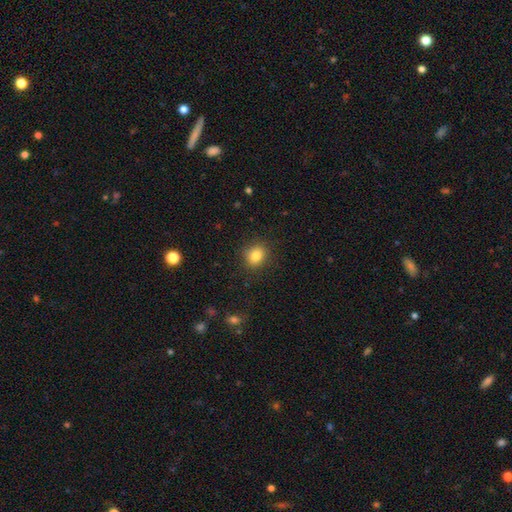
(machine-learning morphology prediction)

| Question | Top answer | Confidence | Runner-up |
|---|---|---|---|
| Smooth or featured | smooth | 83% | star or artifact (11%) |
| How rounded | round | 63% | in between (36%) |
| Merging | none | 88% | minor disturbance (9%) |